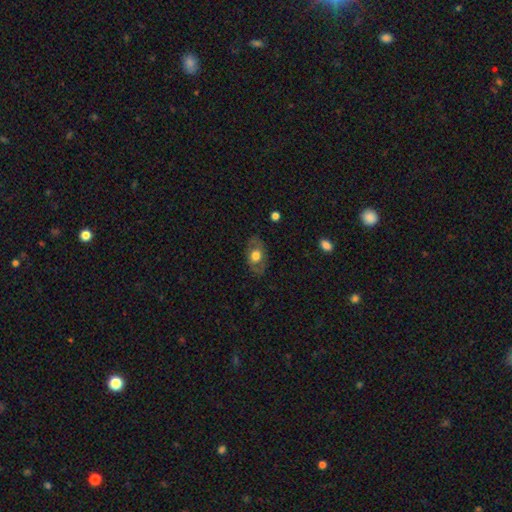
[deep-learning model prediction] This is possibly a smooth galaxy (51%). How rounded: clearly in between (81%). Merging: likely none (76%).